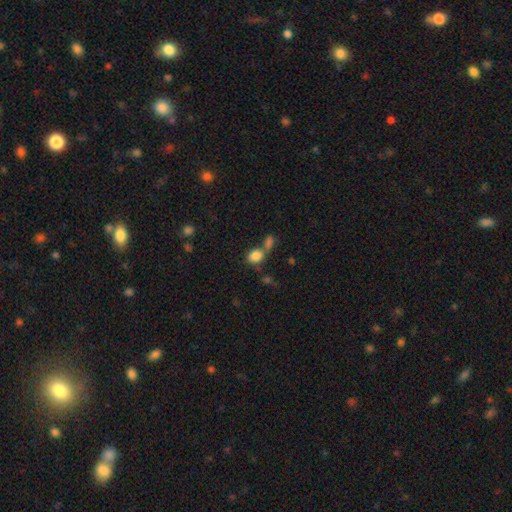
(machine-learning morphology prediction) Smooth or featured? smooth (84%)
How rounded? in between (65%)
Merging? merger (42%, tied with none)